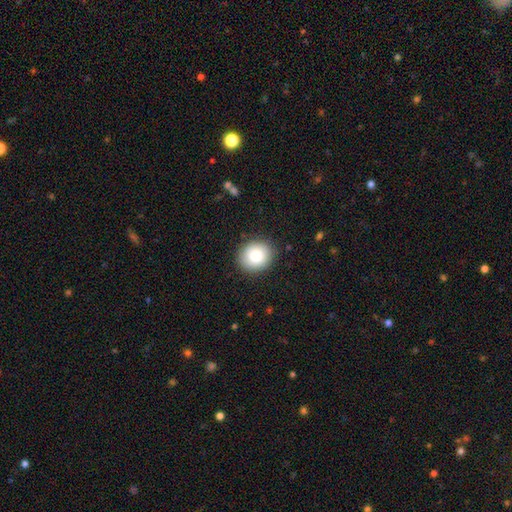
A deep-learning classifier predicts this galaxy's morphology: Q: Smooth or featured?
A: smooth (84%); runner-up: featured or disk (8%)
Q: How rounded?
A: round (75%); runner-up: in between (24%)
Q: Merging?
A: none (88%); runner-up: minor disturbance (8%)